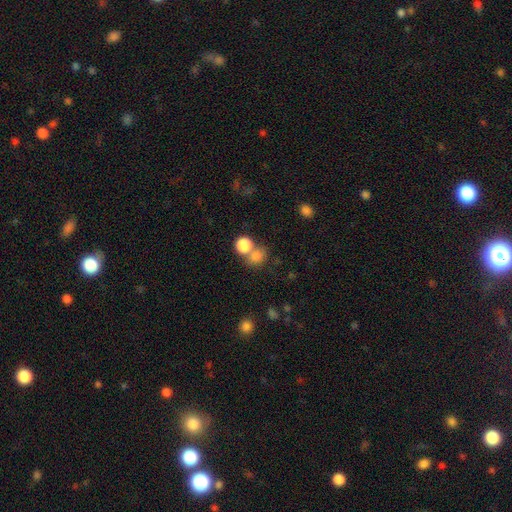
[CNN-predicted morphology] The model was most divided on "merging": none: 50%, merger: 37%, minor disturbance: 9%, major disturbance: 5%. More confident: smooth or featured — smooth (79%); how rounded — round (74%).